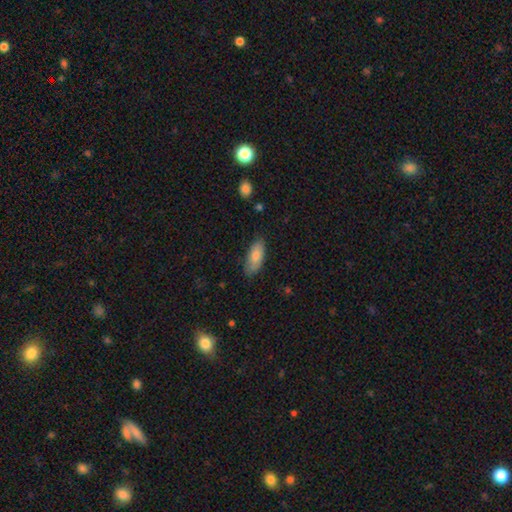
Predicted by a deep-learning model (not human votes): smooth 78%, featured or disk 16%, star or artifact 6%. Down the decision tree: how rounded — in between (81%); merging — none (79%).